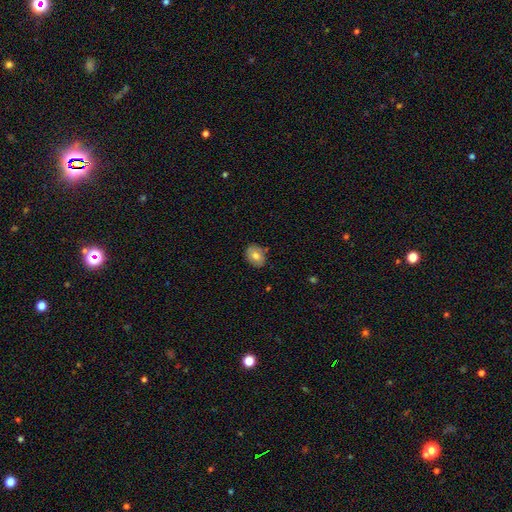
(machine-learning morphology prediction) Smooth or featured? smooth (74%)
How rounded? in between (63%)
Merging? none (84%)